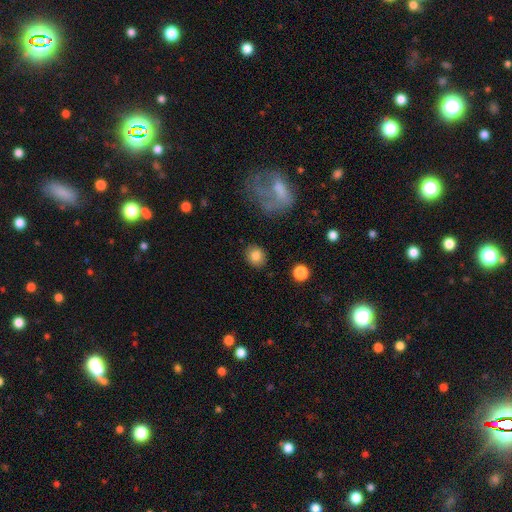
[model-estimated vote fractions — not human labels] smooth-or-featured: smooth: 82% | star or artifact: 10% | featured or disk: 8%
  how-rounded: round: 72% | in between: 27% | cigar-shaped: 1%
  merging: none: 87% | minor disturbance: 8% | major disturbance: 3% | merger: 2%